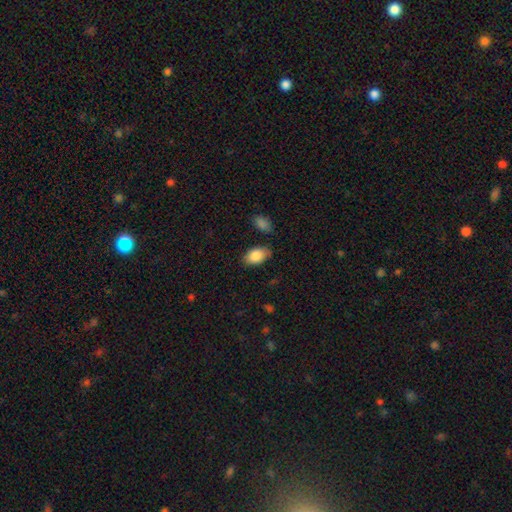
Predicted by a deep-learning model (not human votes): smooth_or_featured: smooth (p=0.87) [alt: featured or disk p=0.07]
how_rounded: in between (p=0.91) [alt: round p=0.08]
merging: none (p=0.78) [alt: minor disturbance p=0.16]